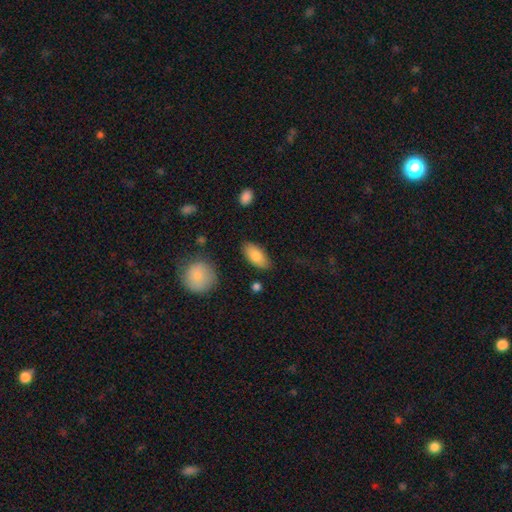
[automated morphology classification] Smooth or featured? smooth (81%)
How rounded? in between (90%)
Merging? none (82%)